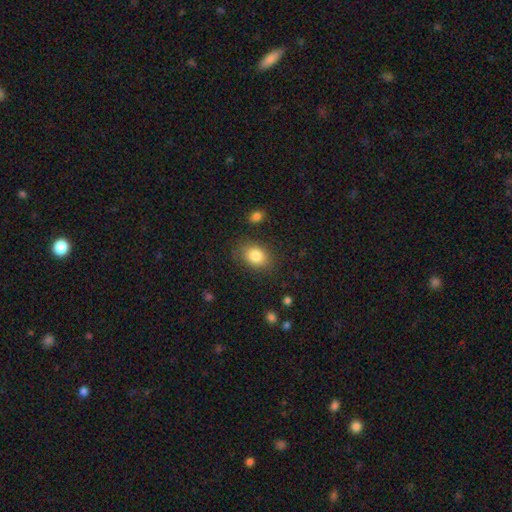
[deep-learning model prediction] Smooth or featured: smooth — 84% (star or artifact — 8%)
How rounded: in between — 68% (round — 31%)
Merging: none — 79% (minor disturbance — 14%)